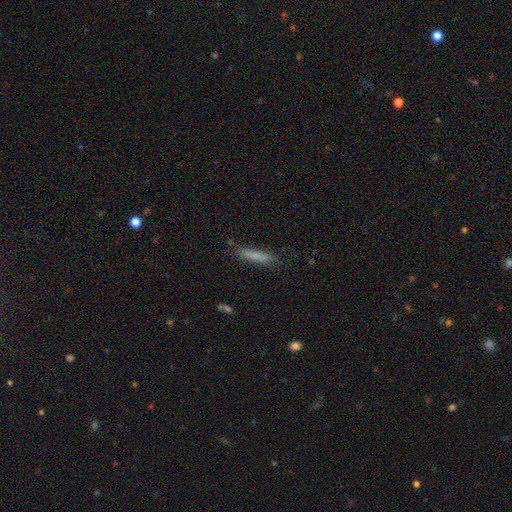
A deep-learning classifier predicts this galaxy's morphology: smooth-or-featured: smooth: 79% | featured or disk: 13% | star or artifact: 8%
  how-rounded: cigar-shaped: 92% | in between: 7% | round: 1%
  merging: none: 84% | minor disturbance: 12% | major disturbance: 3% | merger: 2%